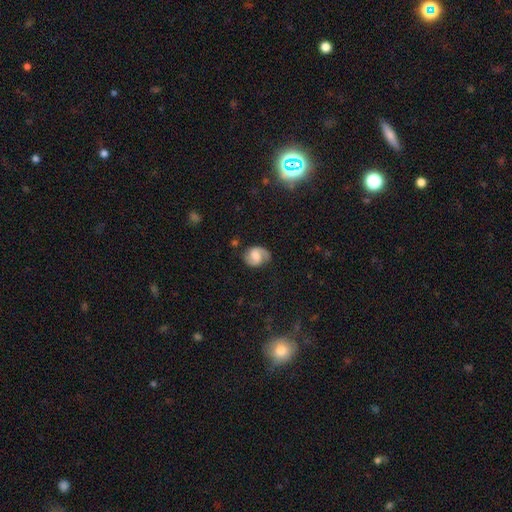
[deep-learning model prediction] Overall: featured or disk (77%). Edge-on disk: no (98%). Bar: weak (49%; no 37%). Spiral arms: yes (96%). Spiral arm count: 2 (89%). Spiral winding: medium (52%; tight 27%). Bulge size: moderate (49%; small 25%). Merging: none (79%).